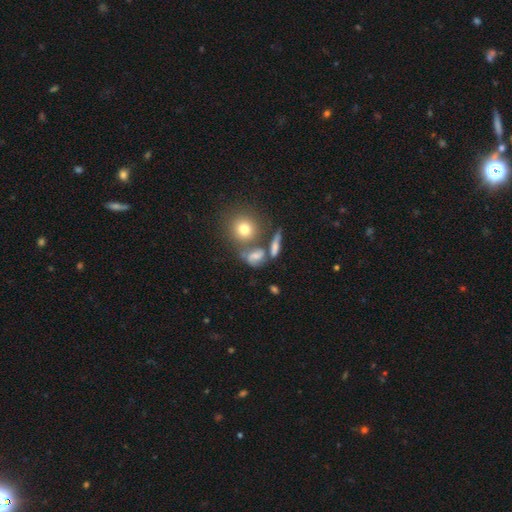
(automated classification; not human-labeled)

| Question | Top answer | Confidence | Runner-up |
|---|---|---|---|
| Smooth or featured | smooth | 55% | featured or disk (28%) |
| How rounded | in between | 46% | round (44%) |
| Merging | none | 48% | merger (28%) |